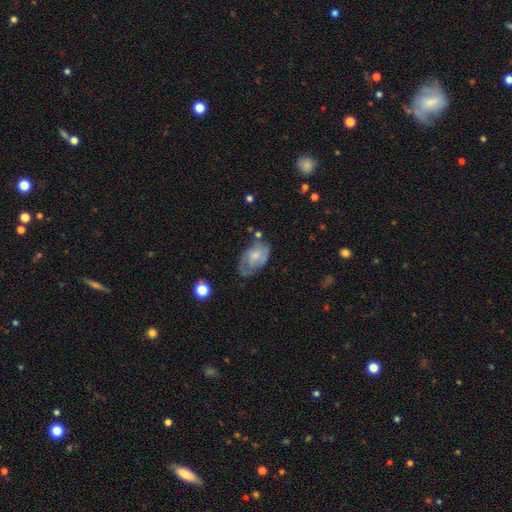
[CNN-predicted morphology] Q: Smooth or featured?
A: featured or disk (57%); runner-up: smooth (36%)
Q: Edge-on disk?
A: no (95%); runner-up: yes (5%)
Q: Bar?
A: no (64%); runner-up: weak (32%)
Q: Spiral arms?
A: yes (76%); runner-up: no (24%)
Q: Bulge size?
A: small (41%); runner-up: moderate (40%)
Q: Merging?
A: none (45%); runner-up: minor disturbance (32%)